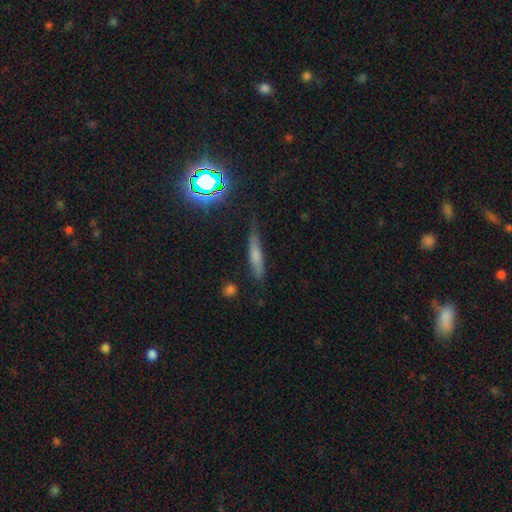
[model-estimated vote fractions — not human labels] smooth-or-featured: smooth: 61% | featured or disk: 25% | star or artifact: 14%
  how-rounded: cigar-shaped: 84% | in between: 13% | round: 3%
  merging: none: 69% | minor disturbance: 23% | major disturbance: 6% | merger: 2%